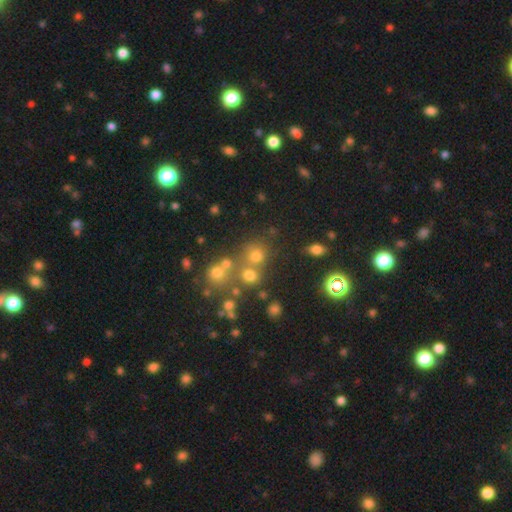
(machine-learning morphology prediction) Smooth or featured: smooth — 70% (star or artifact — 19%)
How rounded: round — 82% (in between — 17%)
Merging: none — 58% (merger — 27%)